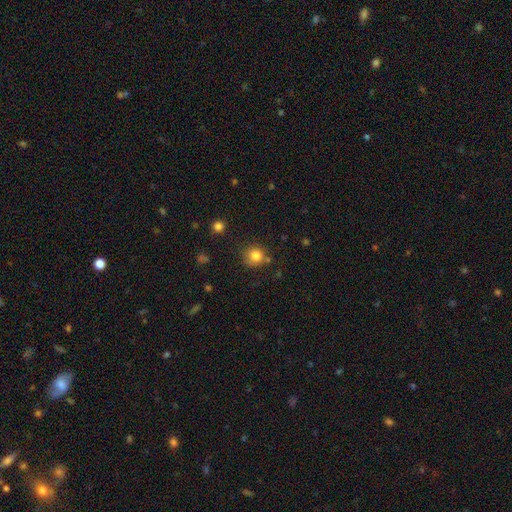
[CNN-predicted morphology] Smooth or featured? smooth (82%)
How rounded? round (89%)
Merging? none (75%)